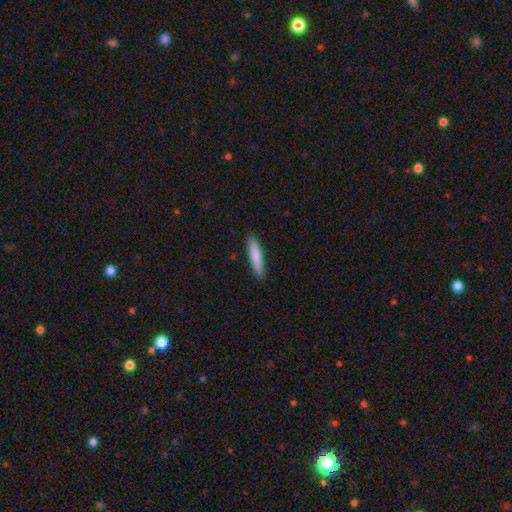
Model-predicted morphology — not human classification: Smooth or featured: smooth — 83% (featured or disk — 12%)
How rounded: cigar-shaped — 89% (in between — 9%)
Merging: none — 90% (minor disturbance — 7%)